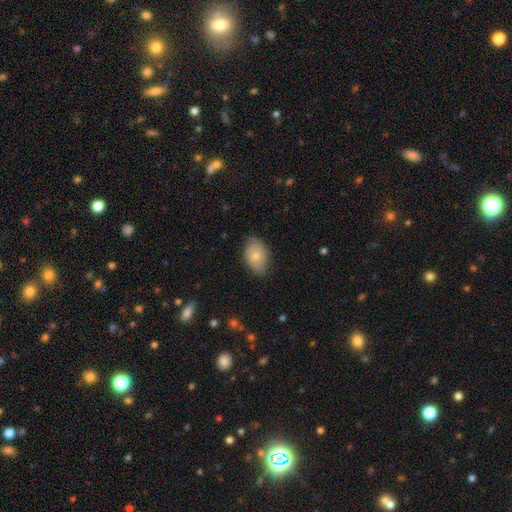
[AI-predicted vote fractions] smooth_or_featured: smooth (p=0.72) [alt: featured or disk p=0.21]
how_rounded: in between (p=0.84) [alt: round p=0.15]
merging: none (p=0.68) [alt: minor disturbance p=0.26]